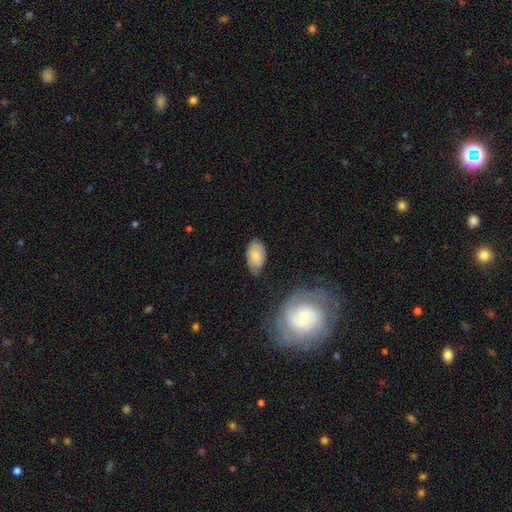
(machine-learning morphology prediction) Smooth or featured? Predicted: smooth (p=0.78). How rounded? Predicted: in between (p=0.94). Merging? Predicted: none (p=0.68).